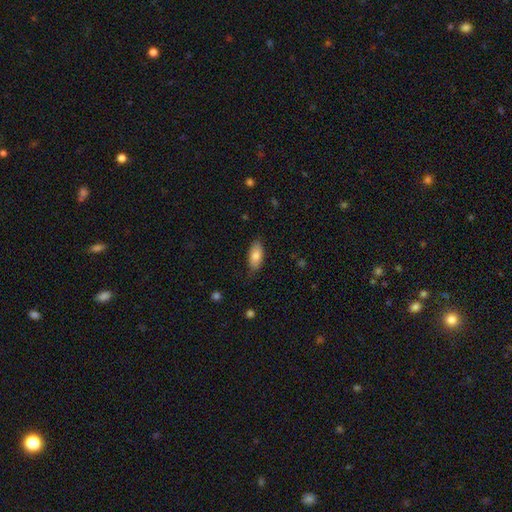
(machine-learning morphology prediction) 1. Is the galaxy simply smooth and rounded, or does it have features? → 80% smooth, 13% featured or disk, 6% star or artifact.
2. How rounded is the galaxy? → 88% in between, 9% cigar-shaped, 3% round.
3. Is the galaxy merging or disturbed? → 80% none, 16% minor disturbance, 3% major disturbance, 1% merger.